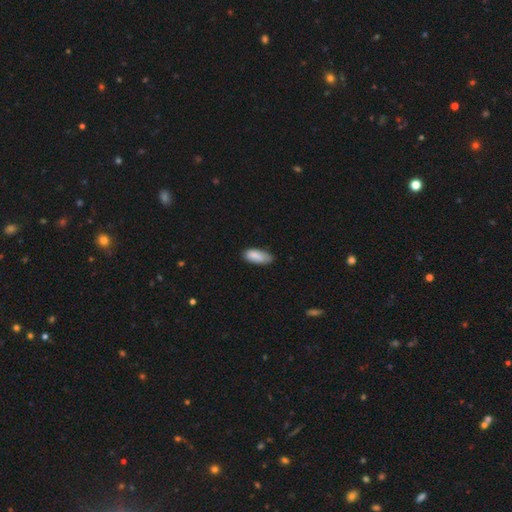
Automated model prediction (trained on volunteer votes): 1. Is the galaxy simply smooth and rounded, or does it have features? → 87% smooth, 7% featured or disk, 7% star or artifact.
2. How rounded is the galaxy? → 84% in between, 14% cigar-shaped, 2% round.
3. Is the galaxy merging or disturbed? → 66% none, 28% minor disturbance, 4% major disturbance, 2% merger.